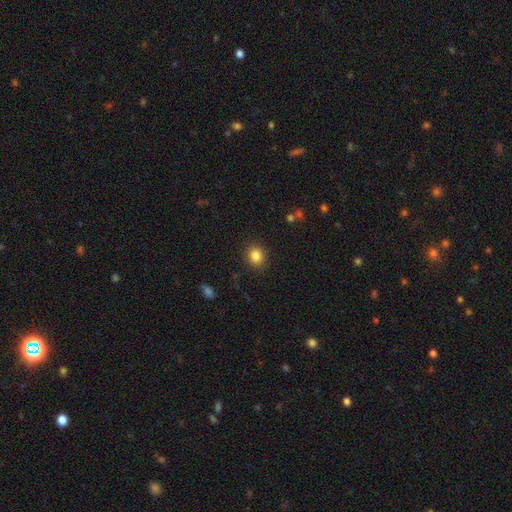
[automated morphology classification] This is clearly a smooth galaxy (85%). How rounded: likely round (66%). Merging: clearly none (88%).